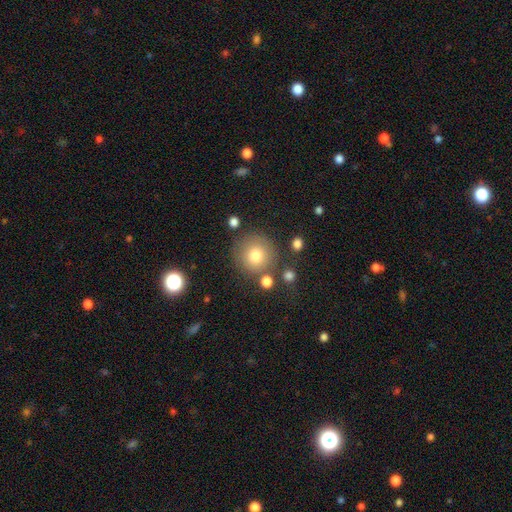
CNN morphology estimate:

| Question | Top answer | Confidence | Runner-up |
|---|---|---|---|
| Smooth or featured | smooth | 78% | star or artifact (11%) |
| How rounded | round | 94% | in between (5%) |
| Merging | none | 79% | minor disturbance (10%) |